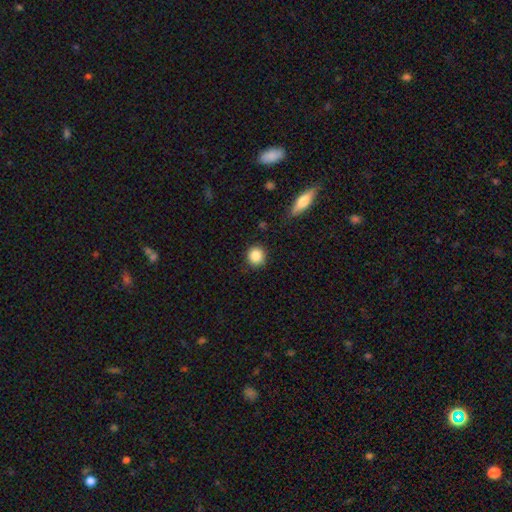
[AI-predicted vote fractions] Smooth or featured? smooth (86%)
How rounded? round (91%)
Merging? none (87%)